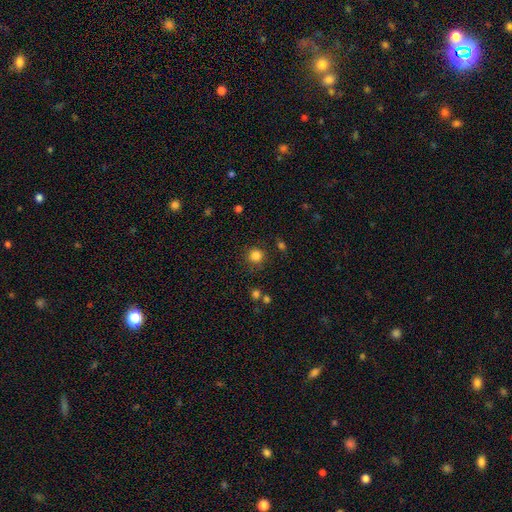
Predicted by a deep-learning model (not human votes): smooth 83%, star or artifact 12%, featured or disk 4%. Down the decision tree: how rounded — round (93%); merging — none (84%).